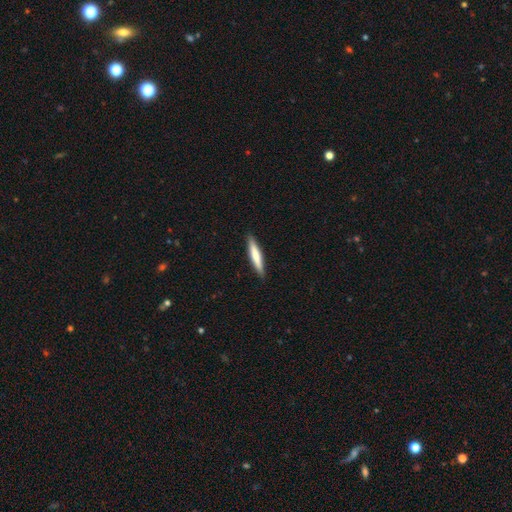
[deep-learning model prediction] This appears to be a smooth galaxy with no disk features (66%) that is cigar-shaped (90%). Merging: none (90%).